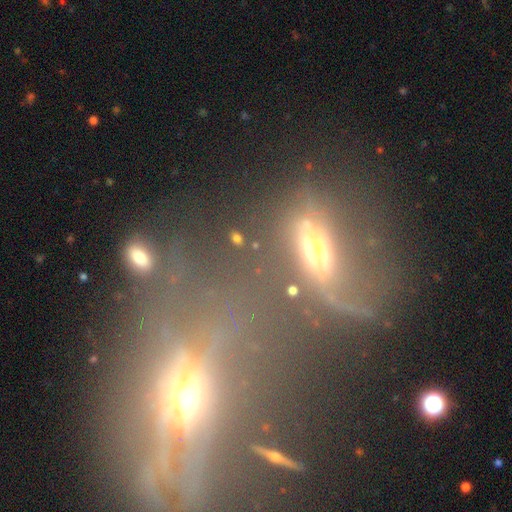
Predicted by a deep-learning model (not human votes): Smooth or featured? Predicted: featured or disk (p=0.44). Merging? Predicted: none (p=0.34).